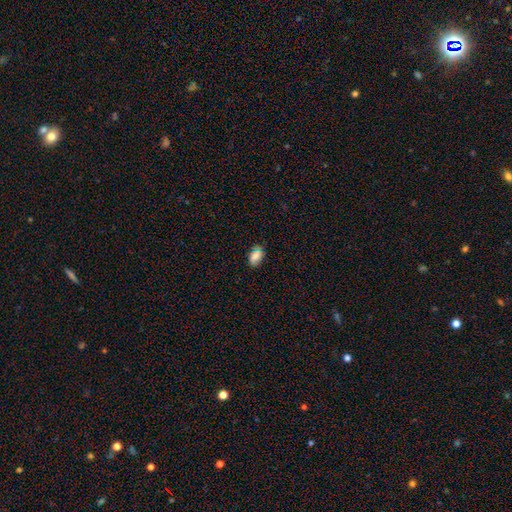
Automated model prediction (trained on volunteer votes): smooth-or-featured: smooth: 77% | star or artifact: 15% | featured or disk: 8%
  how-rounded: in between: 90% | round: 8% | cigar-shaped: 2%
  merging: none: 79% | minor disturbance: 16% | major disturbance: 3% | merger: 2%